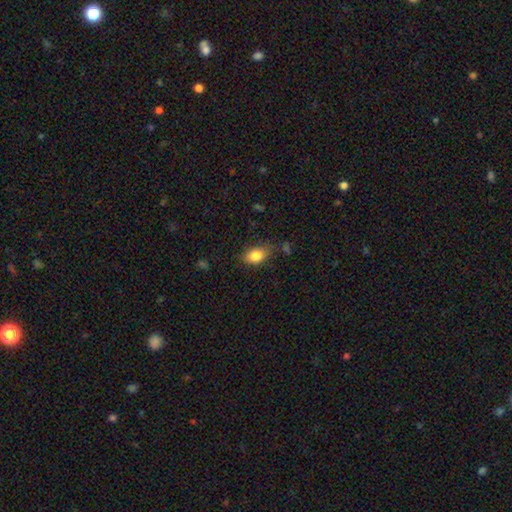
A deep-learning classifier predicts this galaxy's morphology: smooth 83%, star or artifact 9%, featured or disk 8%. Down the decision tree: how rounded — in between (80%); merging — none (68%).